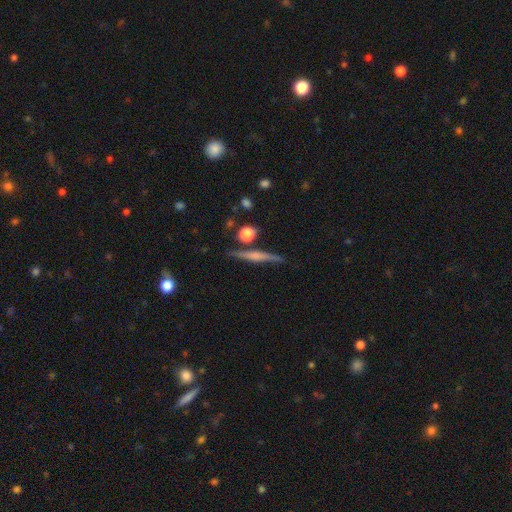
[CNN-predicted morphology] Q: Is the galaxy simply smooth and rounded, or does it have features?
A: featured or disk — 61%.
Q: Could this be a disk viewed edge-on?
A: yes — 97%.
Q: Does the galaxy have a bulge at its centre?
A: rounded — 52%.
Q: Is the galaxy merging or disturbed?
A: none — 84%.